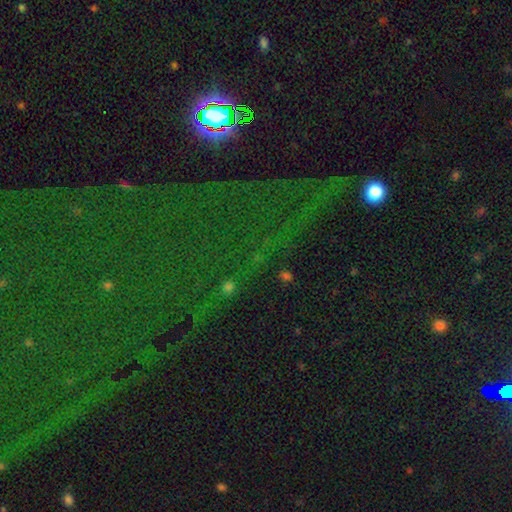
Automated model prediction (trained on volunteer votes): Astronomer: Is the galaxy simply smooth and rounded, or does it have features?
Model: star or artifact — 81%.